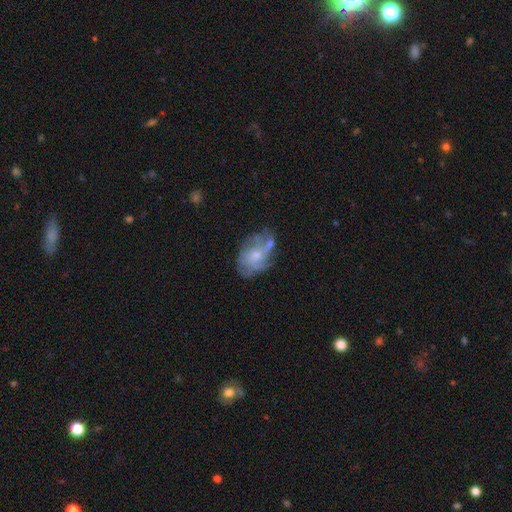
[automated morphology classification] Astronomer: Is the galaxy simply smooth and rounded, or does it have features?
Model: featured or disk — 68%.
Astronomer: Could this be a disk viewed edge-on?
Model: no — 97%.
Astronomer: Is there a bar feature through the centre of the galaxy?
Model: no — 76%.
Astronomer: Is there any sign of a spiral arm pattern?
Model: yes — 72%.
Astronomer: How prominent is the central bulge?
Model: small — 51% (runner-up: moderate, 41%).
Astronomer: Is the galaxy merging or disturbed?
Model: none — 49% (runner-up: minor disturbance, 25%).